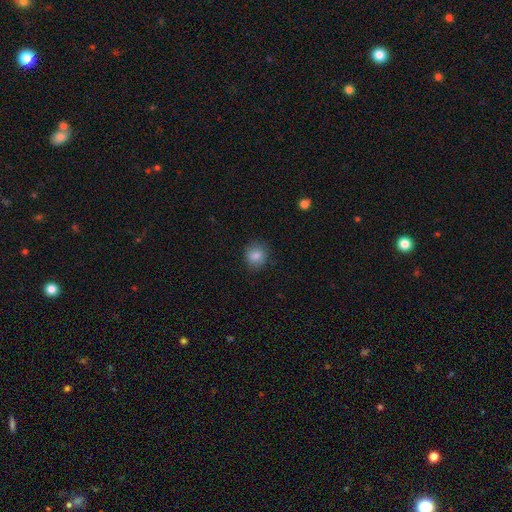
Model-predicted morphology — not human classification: Smooth or featured?
  - smooth: 85% *
  - star or artifact: 9%
  - featured or disk: 6%
How rounded?
  - round: 80% *
  - in between: 19%
  - cigar-shaped: 1%
Merging?
  - none: 84% *
  - minor disturbance: 11%
  - major disturbance: 3%
  - merger: 1%